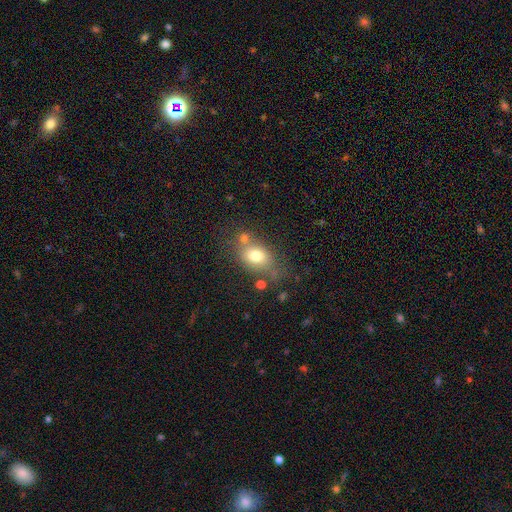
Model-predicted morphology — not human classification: The model was most divided on "merging": none: 53%, minor disturbance: 20%, merger: 19%, major disturbance: 8%. More confident: smooth or featured — smooth (74%); how rounded — in between (68%).